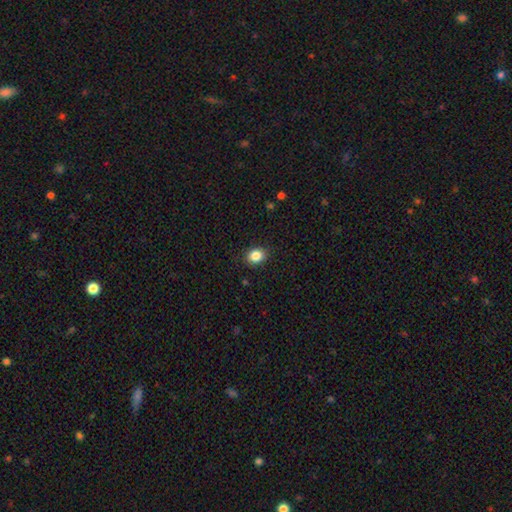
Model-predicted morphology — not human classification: smooth_or_featured: smooth (p=0.86) [alt: star or artifact p=0.10]
how_rounded: in between (p=0.51) [alt: round p=0.48]
merging: none (p=0.89) [alt: minor disturbance p=0.08]